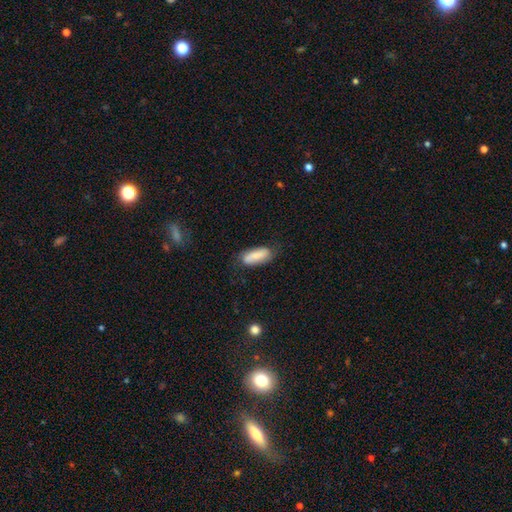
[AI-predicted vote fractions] The model was most divided on "how rounded": in between: 70%, cigar-shaped: 28%, round: 2%. More confident: smooth or featured — smooth (72%); merging — none (71%).